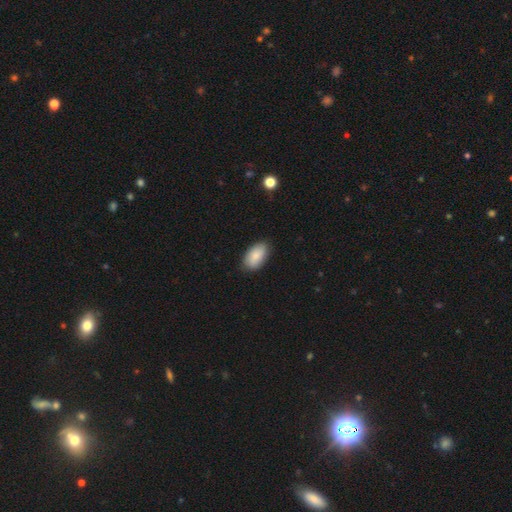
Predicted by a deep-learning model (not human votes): This is clearly a smooth galaxy (84%). How rounded: clearly in between (94%). Merging: clearly none (84%).